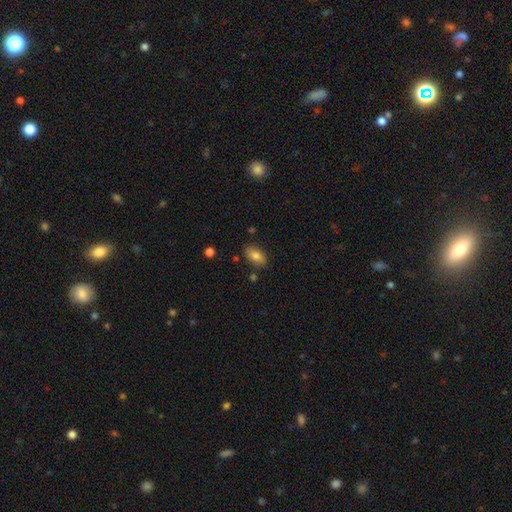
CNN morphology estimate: Overall: smooth (81%). How rounded: in between (92%). Merging: none (82%).